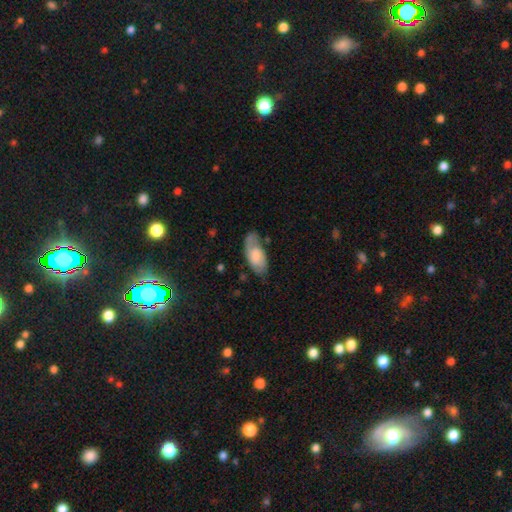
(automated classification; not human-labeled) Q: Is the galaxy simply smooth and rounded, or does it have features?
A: smooth — 65%.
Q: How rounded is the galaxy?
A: in between — 90%.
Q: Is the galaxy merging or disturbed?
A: none — 56%.